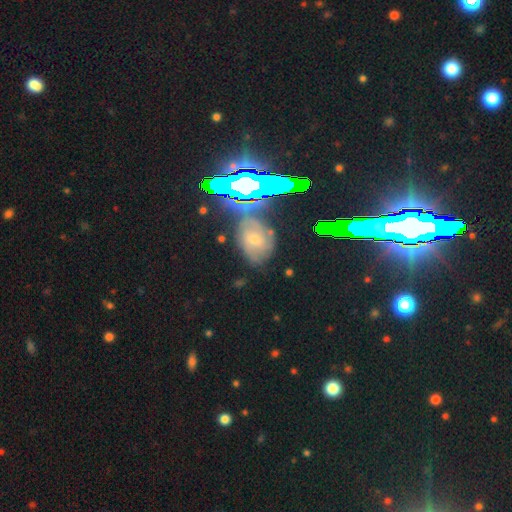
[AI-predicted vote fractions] Smooth or featured? featured or disk (40%)
Merging? none (74%)